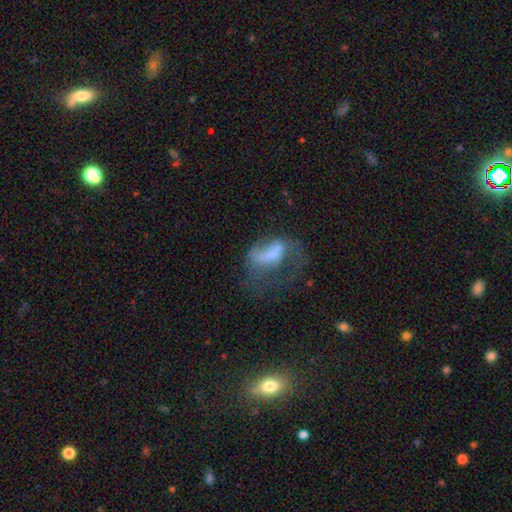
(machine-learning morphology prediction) The model was most divided on "smooth or featured": featured or disk: 47%, smooth: 40%, star or artifact: 13%. More confident: merging — major disturbance (53%).